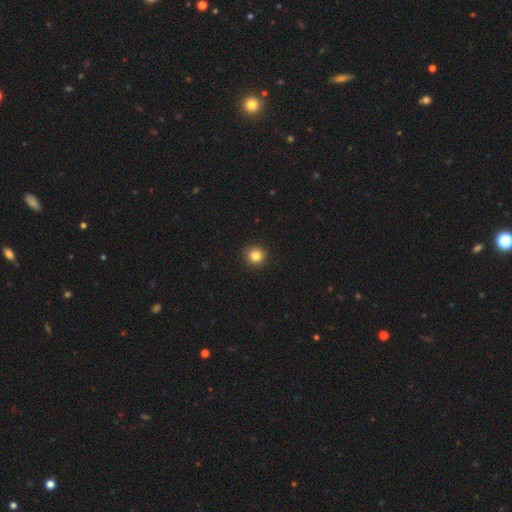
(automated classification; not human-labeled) Smooth or featured: smooth — 83% (star or artifact — 12%)
How rounded: round — 93% (in between — 6%)
Merging: none — 93% (minor disturbance — 5%)